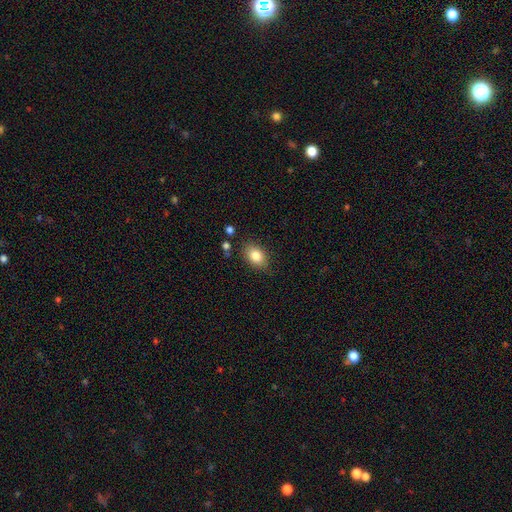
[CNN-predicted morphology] A smooth galaxy with no disk features (83%) that is in between round and cigar-shaped (81%).

Vote fractions:
- Smooth or featured? smooth: 83% / star or artifact: 8% / featured or disk: 8%
- How rounded? in between: 81% / round: 17% / cigar-shaped: 1%
- Merging? none: 82% / minor disturbance: 13% / major disturbance: 3% / merger: 3%